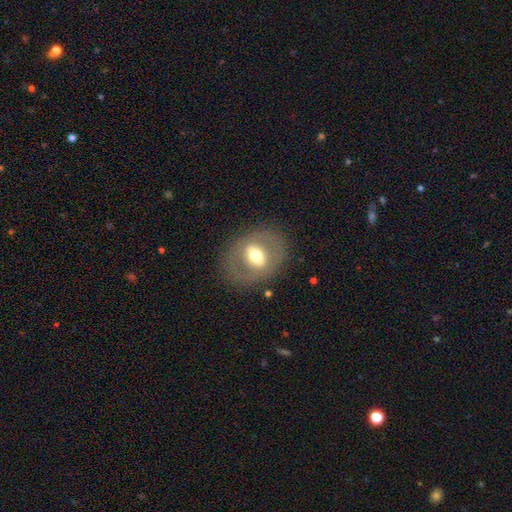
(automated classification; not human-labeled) featured or disk 52%, smooth 40%, star or artifact 8%. Down the decision tree: edge-on disk — no (88%); merging — none (79%).